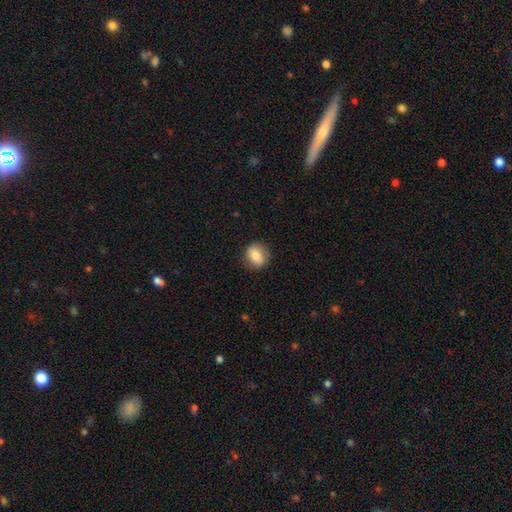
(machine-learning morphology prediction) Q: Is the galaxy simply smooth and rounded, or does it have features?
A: smooth — 78%.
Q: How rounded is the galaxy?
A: round — 75%.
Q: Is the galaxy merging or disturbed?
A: none — 86%.